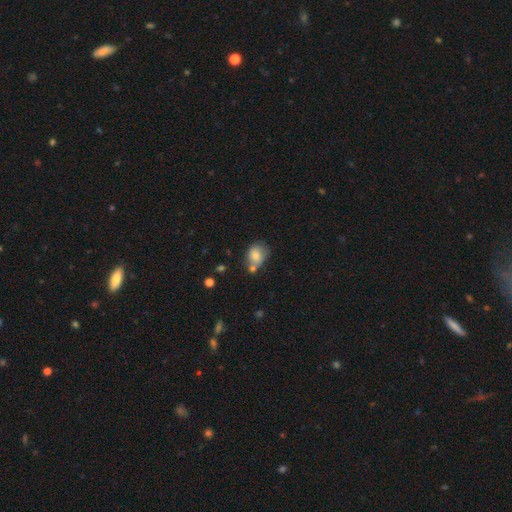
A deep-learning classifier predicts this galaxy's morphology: Overall: smooth (78%). How rounded: round (50%; in between 49%). Merging: none (47%; merger 24%).